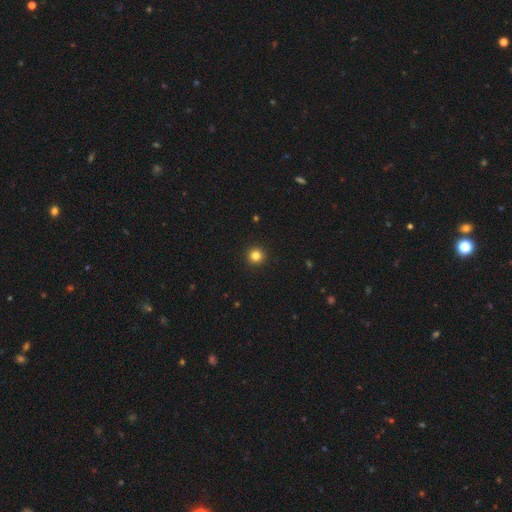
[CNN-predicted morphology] Overall: smooth (82%). How rounded: round (95%). Merging: none (94%).